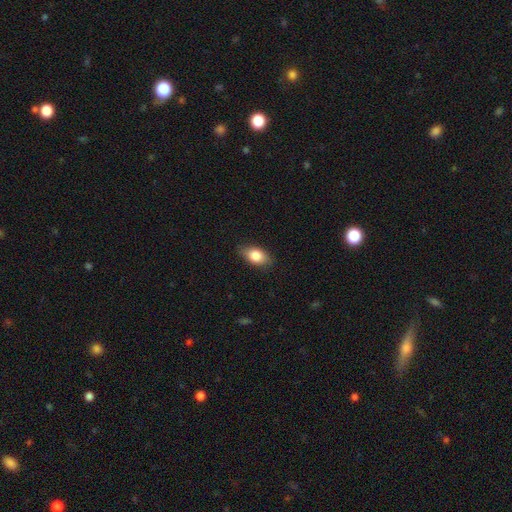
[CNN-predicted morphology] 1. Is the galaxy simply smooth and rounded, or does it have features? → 82% smooth, 11% featured or disk, 7% star or artifact.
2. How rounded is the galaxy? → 88% in between, 8% round, 4% cigar-shaped.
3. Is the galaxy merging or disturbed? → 83% none, 13% minor disturbance, 2% major disturbance, 1% merger.